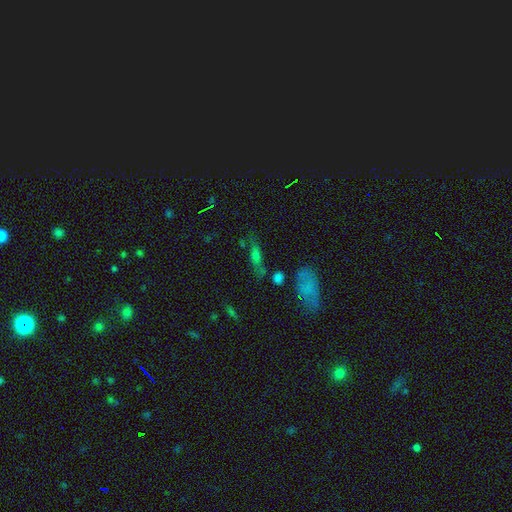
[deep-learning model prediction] The model was most divided on "how rounded": cigar-shaped: 50%, in between: 42%, round: 8%. More confident: merging — none (65%); smooth or featured — smooth (50%).